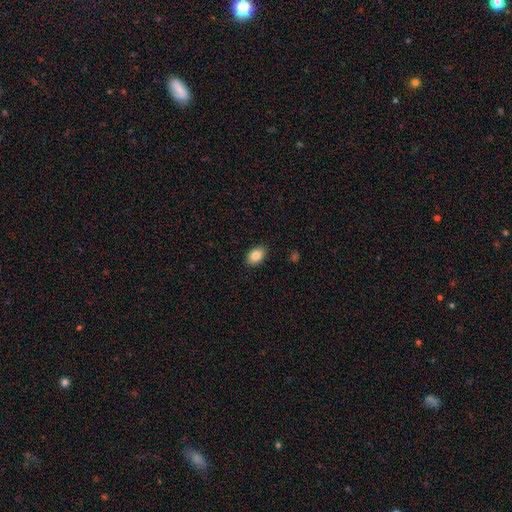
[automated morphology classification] This is clearly a smooth galaxy (84%). How rounded: clearly in between (86%). Merging: clearly none (88%).